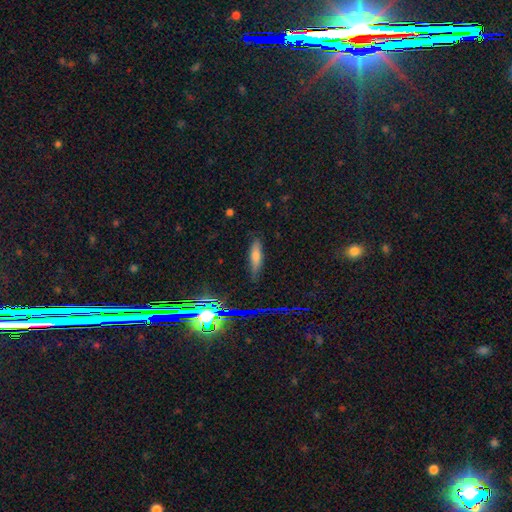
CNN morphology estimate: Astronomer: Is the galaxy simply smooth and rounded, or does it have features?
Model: smooth — 64%.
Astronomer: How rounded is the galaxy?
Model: cigar-shaped — 64%.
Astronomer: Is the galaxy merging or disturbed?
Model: none — 79%.